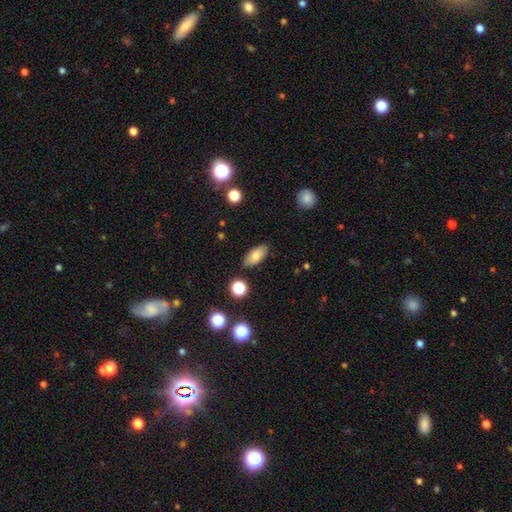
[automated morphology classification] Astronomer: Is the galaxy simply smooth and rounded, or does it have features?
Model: smooth — 80%.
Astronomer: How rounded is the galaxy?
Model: in between — 88%.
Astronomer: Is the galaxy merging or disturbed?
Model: none — 86%.